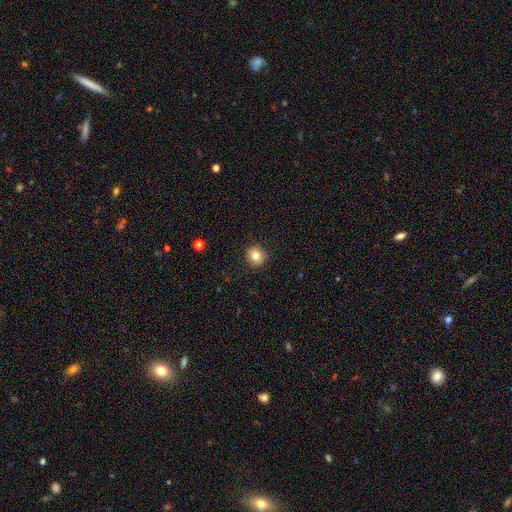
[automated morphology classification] smooth 81%, star or artifact 10%, featured or disk 9%. Down the decision tree: how rounded — round (91%); merging — none (91%).